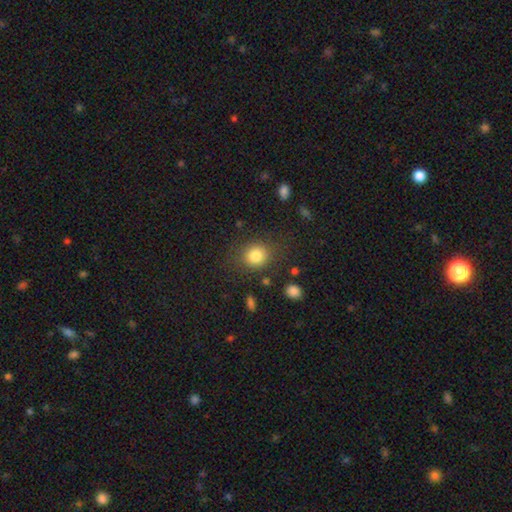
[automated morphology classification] Smooth or featured: smooth — 83% (star or artifact — 11%)
How rounded: round — 77% (in between — 22%)
Merging: none — 80% (minor disturbance — 11%)